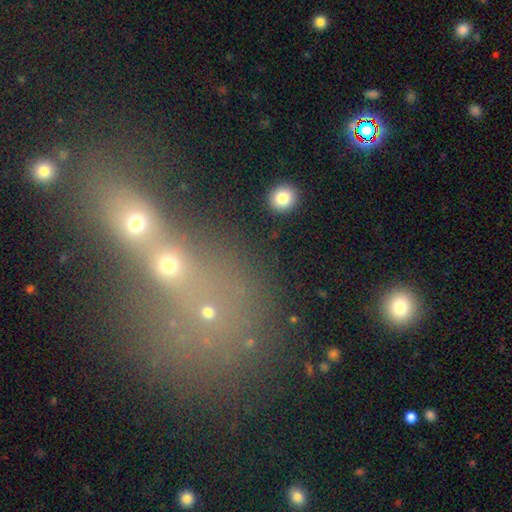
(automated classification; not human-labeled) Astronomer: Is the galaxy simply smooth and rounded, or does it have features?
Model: smooth — 47% (runner-up: star or artifact, 37%).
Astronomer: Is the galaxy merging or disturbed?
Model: merger — 54% (runner-up: none, 33%).